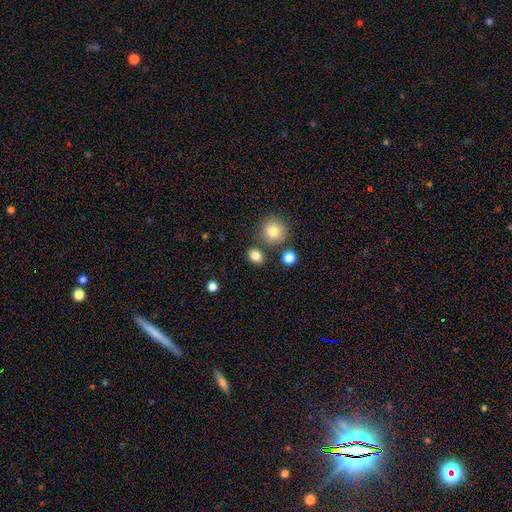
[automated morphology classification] smooth_or_featured: smooth (p=0.83) [alt: star or artifact p=0.12]
how_rounded: round (p=0.53) [alt: in between p=0.45]
merging: none (p=0.79) [alt: merger p=0.09]